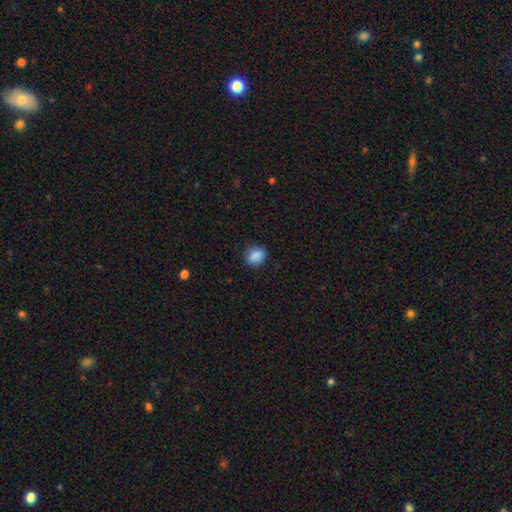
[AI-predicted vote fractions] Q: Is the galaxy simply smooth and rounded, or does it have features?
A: smooth — 87%.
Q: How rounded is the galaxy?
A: in between — 54%.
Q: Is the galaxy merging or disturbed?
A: none — 83%.